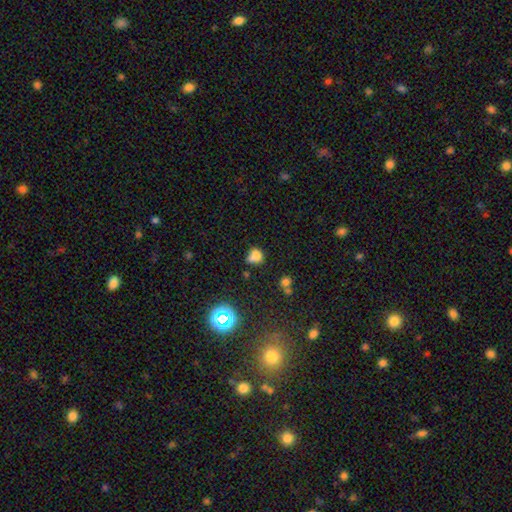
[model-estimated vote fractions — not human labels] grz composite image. It shows a smooth galaxy with no disk features (74%) that is round (57%). Merging: none (46%).